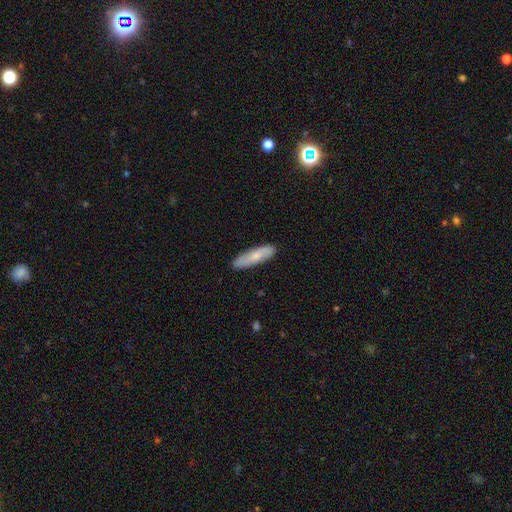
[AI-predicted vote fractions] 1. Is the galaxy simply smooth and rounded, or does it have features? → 70% smooth, 24% featured or disk, 6% star or artifact.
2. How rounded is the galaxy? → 70% cigar-shaped, 28% in between, 2% round.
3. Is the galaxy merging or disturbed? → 88% none, 9% minor disturbance, 2% major disturbance, 1% merger.